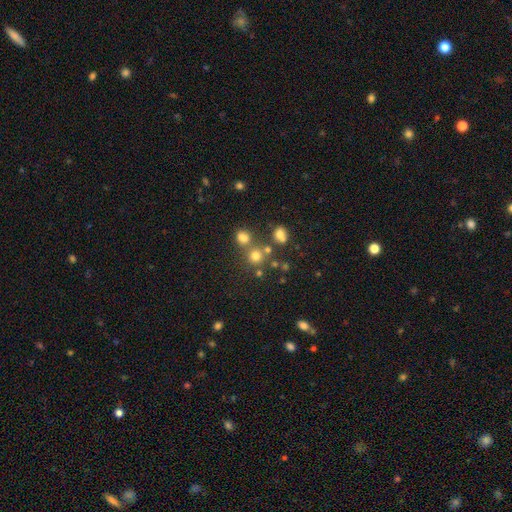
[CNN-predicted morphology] The model was most divided on "merging": none: 61%, merger: 27%, minor disturbance: 8%, major disturbance: 4%. More confident: how rounded — round (87%); smooth or featured — smooth (69%).